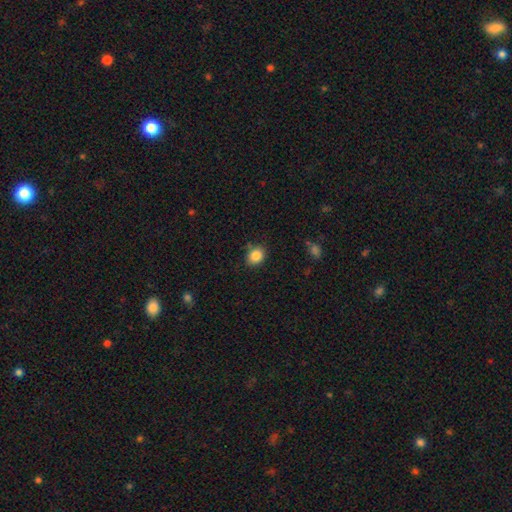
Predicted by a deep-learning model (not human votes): smooth_or_featured: smooth (p=0.86) [alt: star or artifact p=0.10]
how_rounded: round (p=0.60) [alt: in between p=0.39]
merging: none (p=0.81) [alt: minor disturbance p=0.13]